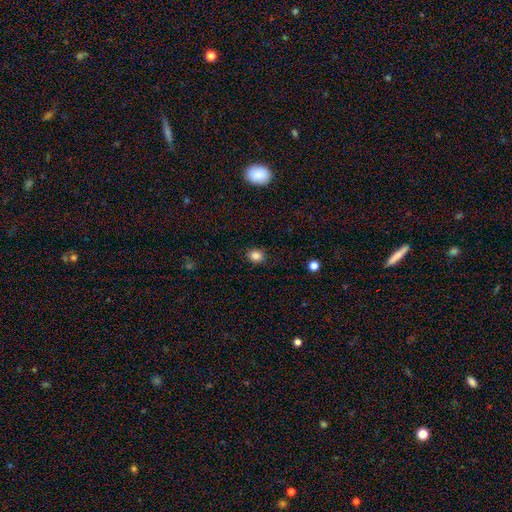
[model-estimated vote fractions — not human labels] This is clearly a smooth galaxy (84%). How rounded: likely round (60%). Merging: clearly none (88%).